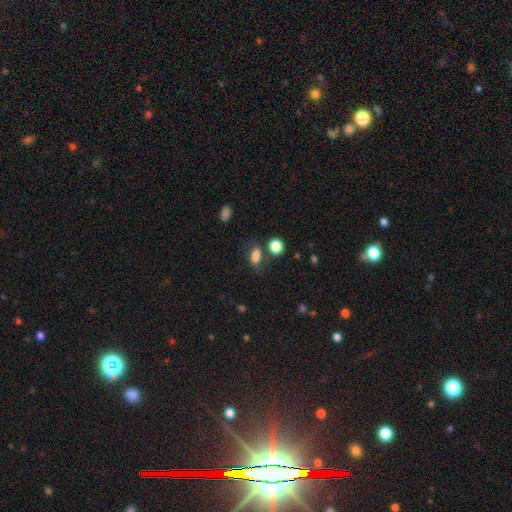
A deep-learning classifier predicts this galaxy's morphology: type=smooth (81%); roundness=in between (80%); merging=none (62%).